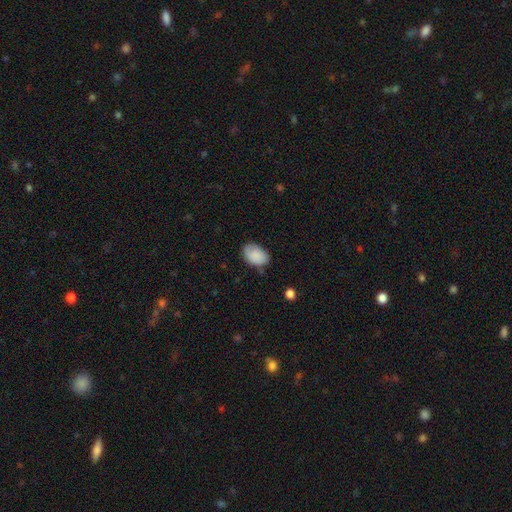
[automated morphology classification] This is clearly a smooth galaxy (86%). How rounded: clearly in between (87%). Merging: likely none (68%).